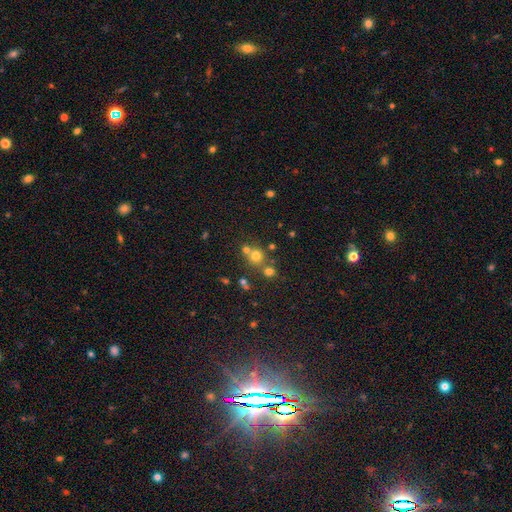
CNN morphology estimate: Overall: smooth (67%). How rounded: round (88%). Merging: none (59%; merger 30%).